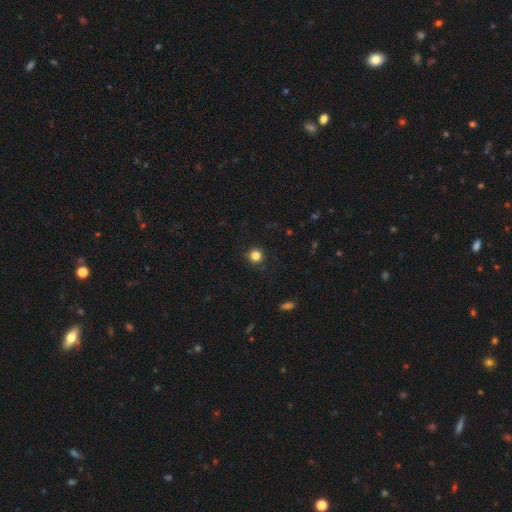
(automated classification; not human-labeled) This is clearly a smooth galaxy (83%). How rounded: clearly round (95%). Merging: clearly none (89%).